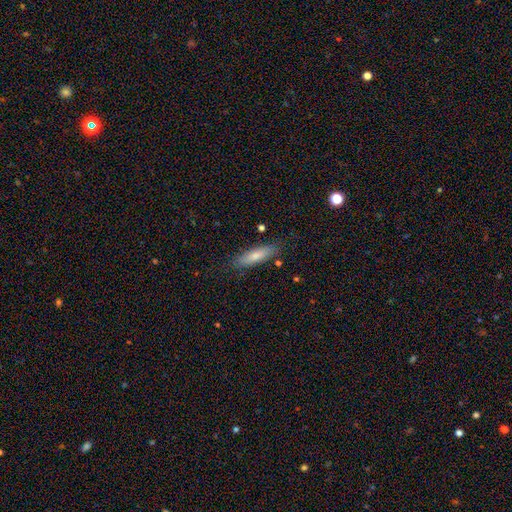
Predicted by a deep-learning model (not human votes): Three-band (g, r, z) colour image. It shows a smooth galaxy with no disk features (76%) that is cigar-shaped (61%). Merging: none (84%).